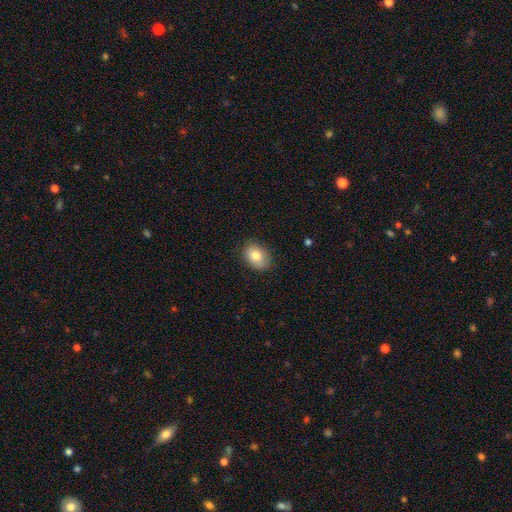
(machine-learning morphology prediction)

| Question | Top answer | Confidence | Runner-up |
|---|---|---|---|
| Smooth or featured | smooth | 81% | featured or disk (11%) |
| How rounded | in between | 77% | round (22%) |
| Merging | none | 82% | minor disturbance (14%) |